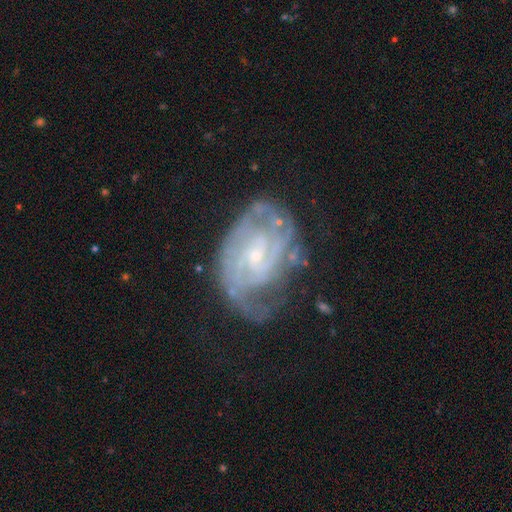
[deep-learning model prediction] Overall: featured or disk (85%). Edge-on disk: no (97%). Bar: no (52%; weak 40%). Spiral arms: yes (93%). Spiral arm count: 2 (37%; can't tell 33%). Spiral winding: tight (56%; medium 35%). Bulge size: small (71%). Merging: none (57%; minor disturbance 25%).